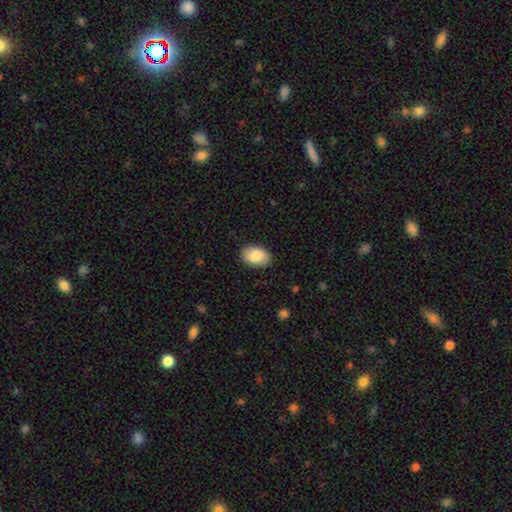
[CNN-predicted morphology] Q: Smooth or featured?
A: smooth (83%); runner-up: featured or disk (11%)
Q: How rounded?
A: in between (89%); runner-up: round (10%)
Q: Merging?
A: none (87%); runner-up: minor disturbance (10%)